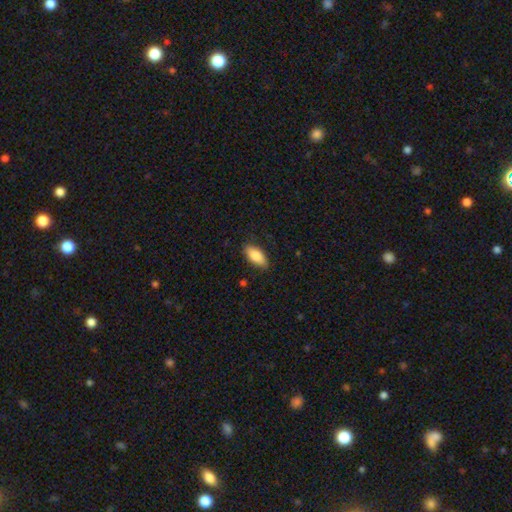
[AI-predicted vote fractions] The model was most divided on "merging": none: 79%, minor disturbance: 17%, major disturbance: 3%, merger: 1%. More confident: how rounded — in between (88%); smooth or featured — smooth (85%).